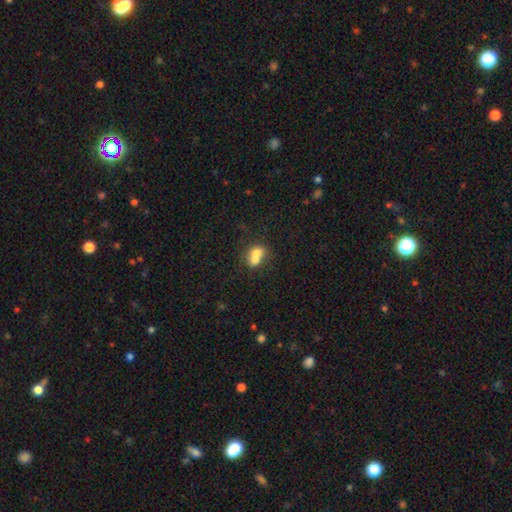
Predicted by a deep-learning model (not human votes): The model was most divided on "how rounded": in between: 50%, round: 49%, cigar-shaped: 1%. More confident: smooth or featured — smooth (69%); merging — merger (68%).